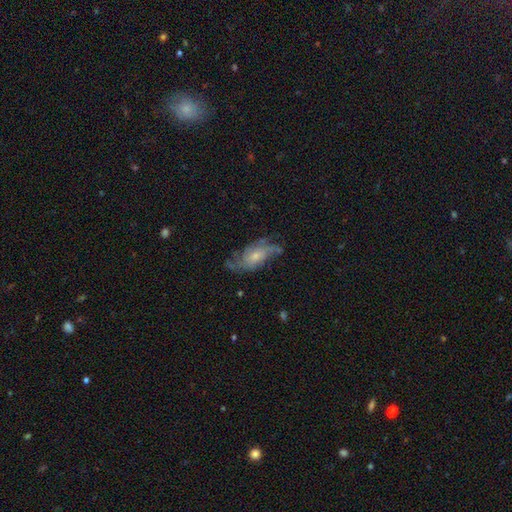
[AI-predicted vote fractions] Smooth or featured: featured or disk — 70% (smooth — 23%)
Edge-on disk: no — 91% (yes — 9%)
Bar: no — 72% (weak — 24%)
Spiral arms: yes — 84% (no — 16%)
Spiral winding: medium — 41% (loose — 32%)
Spiral arm count: can't tell — 37% (2 — 30%)
Bulge size: small — 57% (moderate — 33%)
Merging: none — 57% (minor disturbance — 25%)